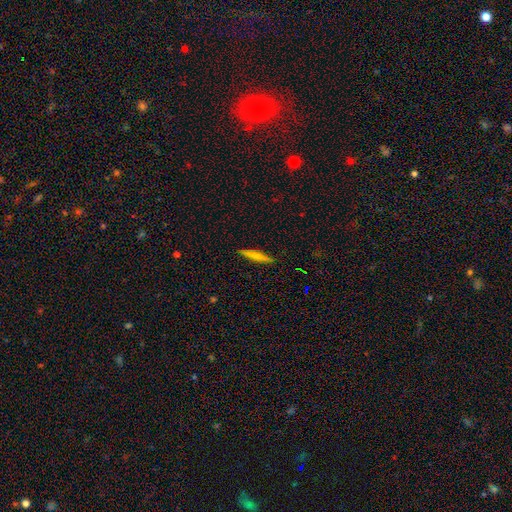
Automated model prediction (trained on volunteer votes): smooth_or_featured: smooth (p=0.66) [alt: featured or disk p=0.28]
how_rounded: cigar-shaped (p=0.94) [alt: in between p=0.05]
merging: none (p=0.91) [alt: minor disturbance p=0.06]